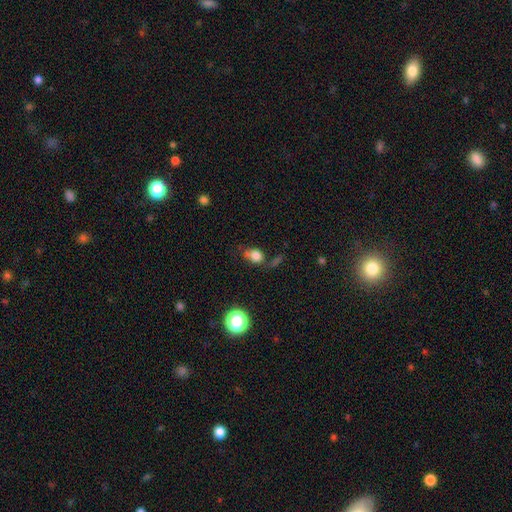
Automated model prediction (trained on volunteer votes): A smooth galaxy with no disk features (77%) that is in between round and cigar-shaped (59%).

Vote fractions:
- Smooth or featured? smooth: 77% / star or artifact: 13% / featured or disk: 11%
- How rounded? in between: 59% / round: 39% / cigar-shaped: 2%
- Merging? none: 48% / minor disturbance: 26% / major disturbance: 14% / merger: 12%